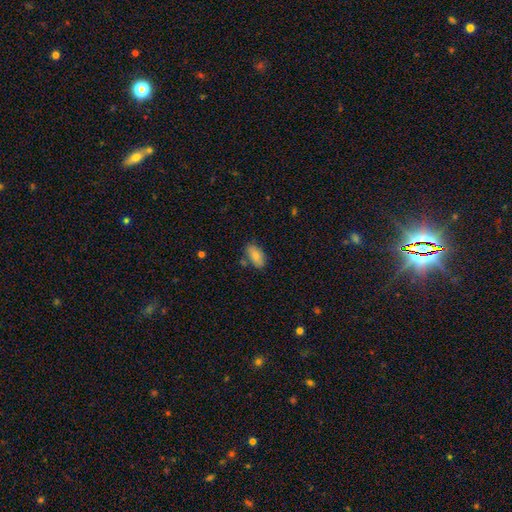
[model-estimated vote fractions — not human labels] Smooth or featured? smooth (84%)
How rounded? in between (92%)
Merging? none (69%)